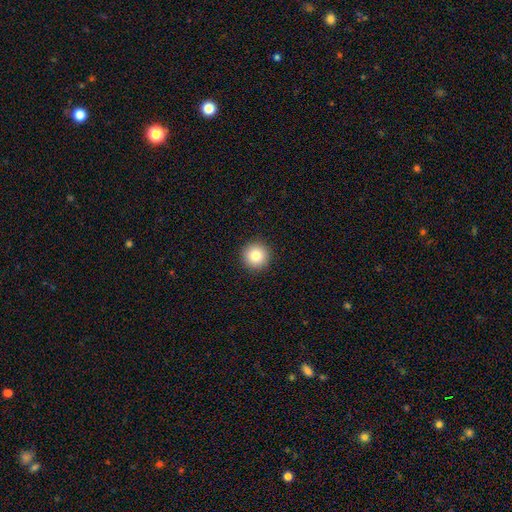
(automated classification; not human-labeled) Morphology: type=smooth (82%); roundness=round (96%); merging=none (93%).